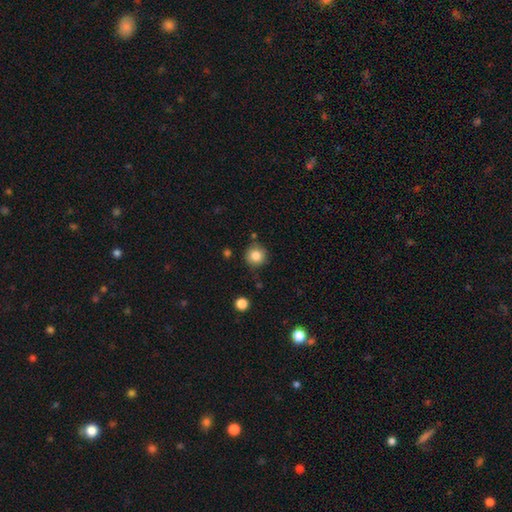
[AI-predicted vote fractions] smooth_or_featured: smooth (p=0.84) [alt: star or artifact p=0.10]
how_rounded: round (p=0.94) [alt: in between p=0.06]
merging: none (p=0.83) [alt: minor disturbance p=0.10]